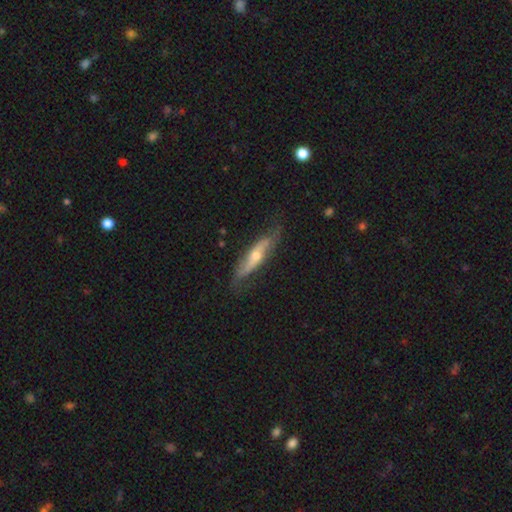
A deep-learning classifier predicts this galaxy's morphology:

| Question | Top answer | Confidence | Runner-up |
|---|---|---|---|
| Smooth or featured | featured or disk | 63% | smooth (31%) |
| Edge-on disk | yes | 61% | no (39%) |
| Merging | none | 71% | minor disturbance (22%) |